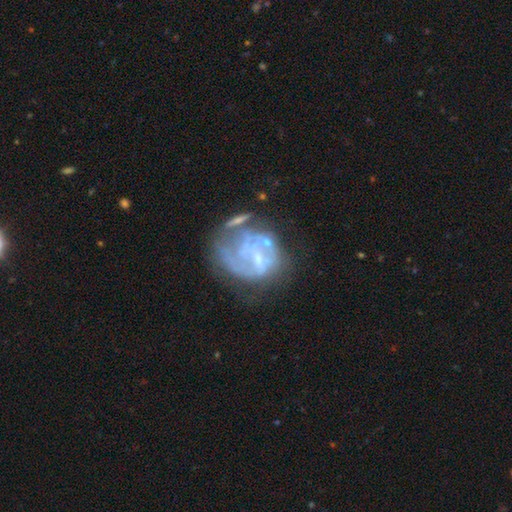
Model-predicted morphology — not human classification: This appears to be a featured or disk galaxy (71%) with no bar (64%), no spiral arms (51%) and a small central bulge (48%). Merging: major disturbance (34%).